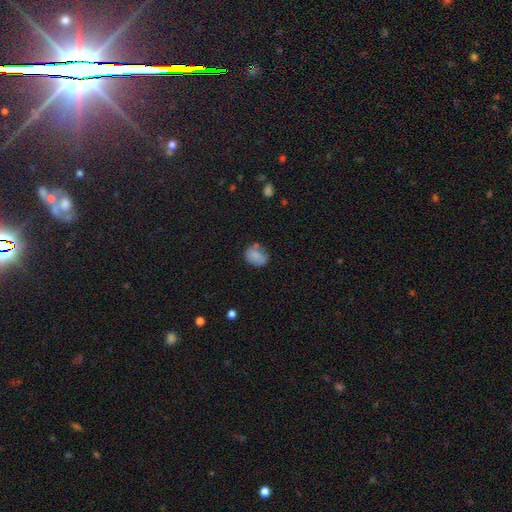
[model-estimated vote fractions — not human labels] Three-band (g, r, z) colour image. It shows a smooth galaxy with no disk features (80%) that is in between round and cigar-shaped (55%). Merging: none (58%).